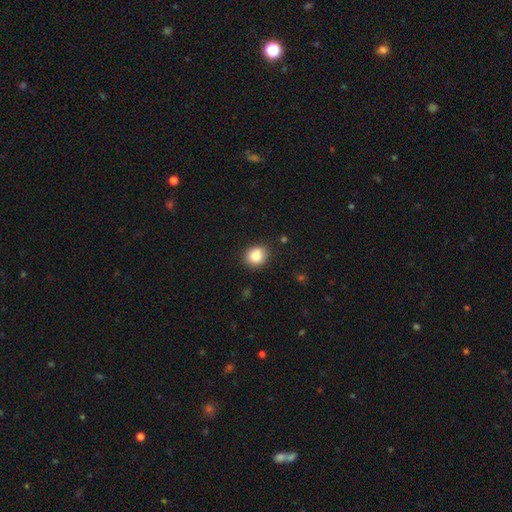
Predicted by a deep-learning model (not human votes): A smooth galaxy with no disk features (85%) that is round (72%).

Vote fractions:
- Smooth or featured? smooth: 85% / star or artifact: 9% / featured or disk: 5%
- How rounded? round: 72% / in between: 28% / cigar-shaped: 1%
- Merging? none: 84% / minor disturbance: 11% / major disturbance: 3% / merger: 2%